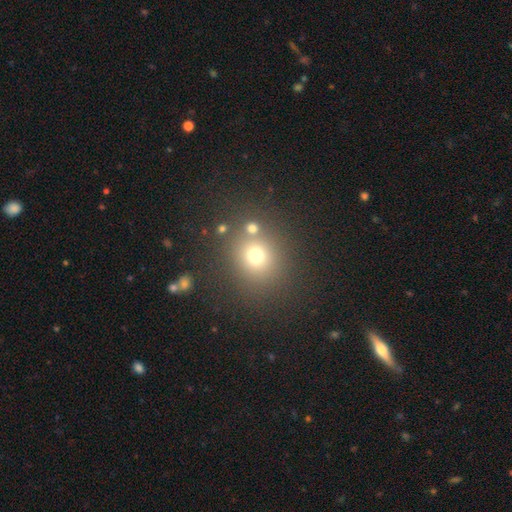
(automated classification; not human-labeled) smooth 70%, star or artifact 20%, featured or disk 10%. Down the decision tree: how rounded — round (83%); merging — none (74%).